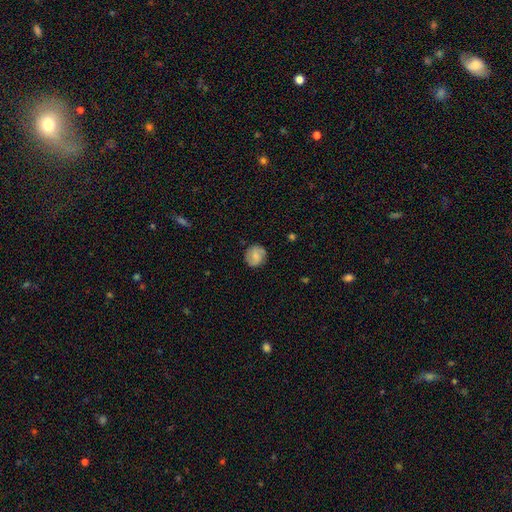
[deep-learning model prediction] Smooth or featured?
  - smooth: 61% *
  - featured or disk: 32%
  - star or artifact: 8%
How rounded?
  - round: 85% *
  - in between: 14%
  - cigar-shaped: 1%
Merging?
  - none: 82% *
  - minor disturbance: 13%
  - major disturbance: 3%
  - merger: 1%